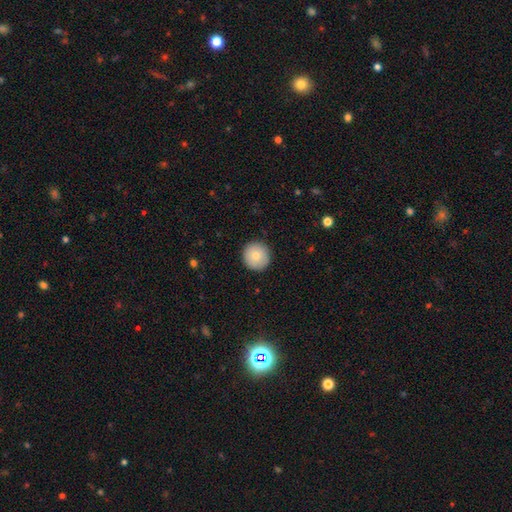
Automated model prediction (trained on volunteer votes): This is likely a smooth galaxy (79%). How rounded: clearly round (96%). Merging: clearly none (92%).